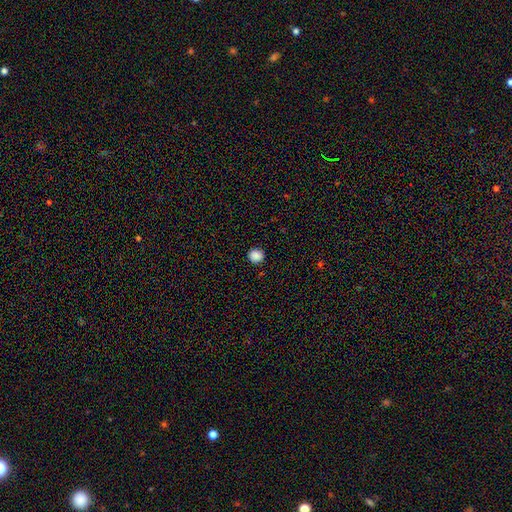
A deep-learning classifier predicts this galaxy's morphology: type=smooth (88%); roundness=round (91%); merging=none (91%).